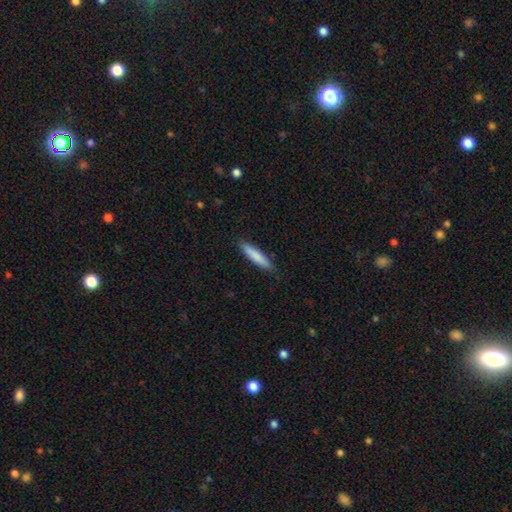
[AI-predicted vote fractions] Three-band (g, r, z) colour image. It shows a smooth galaxy with no disk features (83%) that is cigar-shaped (85%). Merging: none (87%).